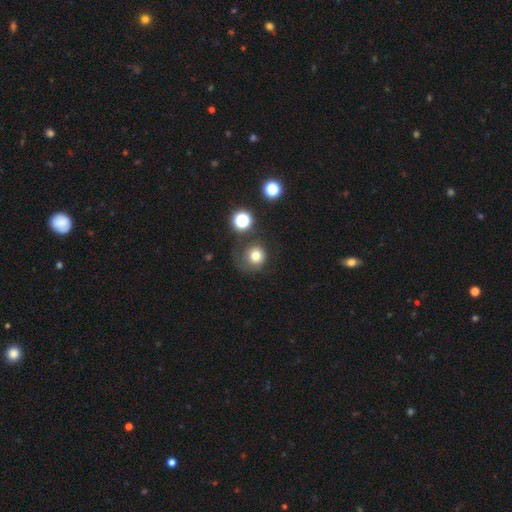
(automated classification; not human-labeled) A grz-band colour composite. It shows a smooth galaxy with no disk features (75%) that is round (88%). Merging: none (55%).